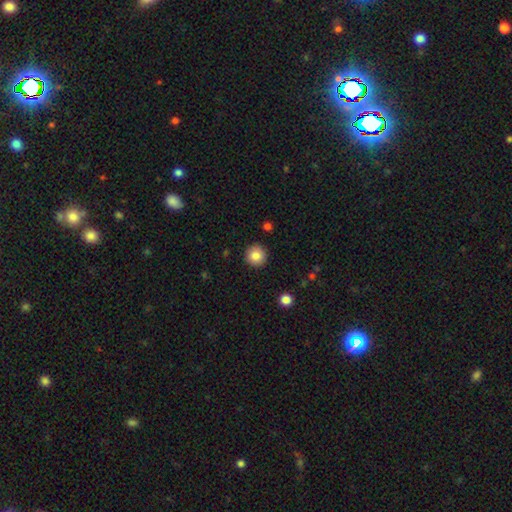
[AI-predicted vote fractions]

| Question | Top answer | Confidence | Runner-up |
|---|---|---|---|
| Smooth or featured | smooth | 84% | star or artifact (9%) |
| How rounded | round | 95% | in between (4%) |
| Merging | none | 92% | minor disturbance (5%) |